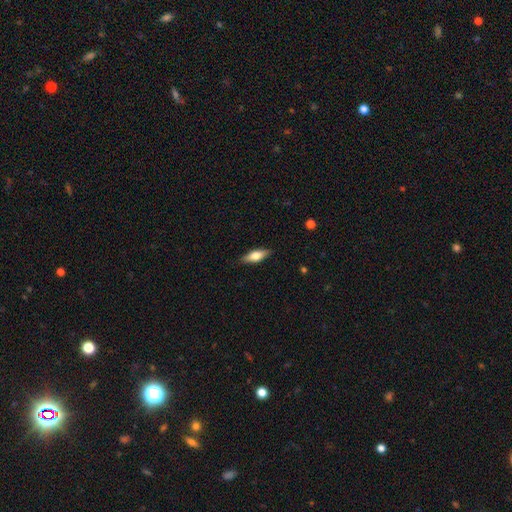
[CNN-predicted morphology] A smooth galaxy with no disk features (60%) that is in between round and cigar-shaped (58%).

Vote fractions:
- Smooth or featured? smooth: 60% / featured or disk: 34% / star or artifact: 6%
- How rounded? in between: 58% / cigar-shaped: 39% / round: 3%
- Merging? none: 87% / minor disturbance: 10% / major disturbance: 2% / merger: 1%